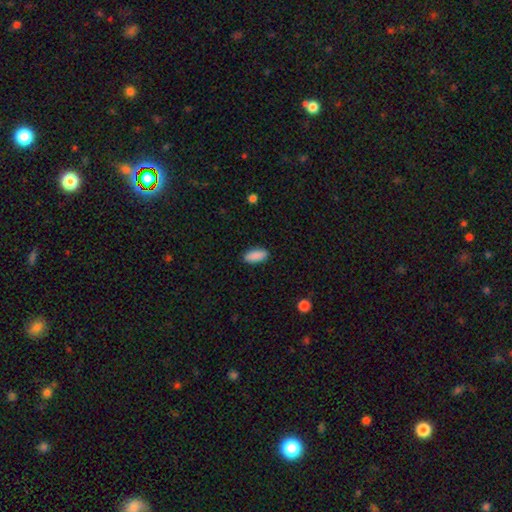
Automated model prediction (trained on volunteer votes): This appears to be a smooth galaxy with no disk features (90%) that is in between round and cigar-shaped (86%). Merging: none (89%).